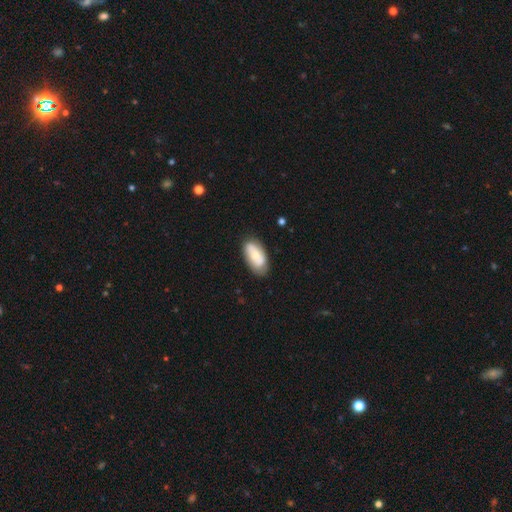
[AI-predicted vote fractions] The model was most divided on "smooth or featured": smooth: 57%, featured or disk: 37%, star or artifact: 6%. More confident: how rounded — in between (92%); merging — none (77%).